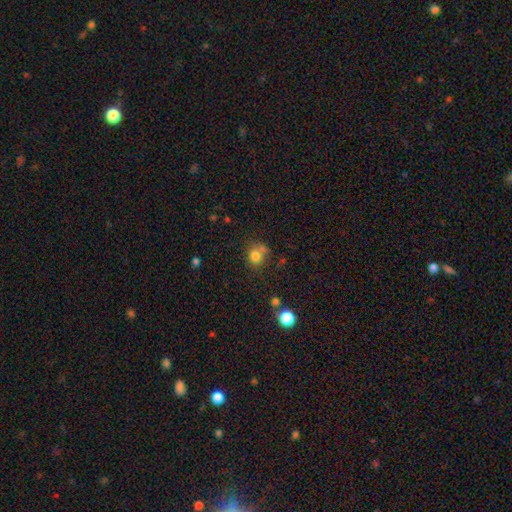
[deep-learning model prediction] The model was most divided on "merging": none: 53%, merger: 23%, minor disturbance: 17%, major disturbance: 7%. More confident: smooth or featured — smooth (79%); how rounded — round (77%).